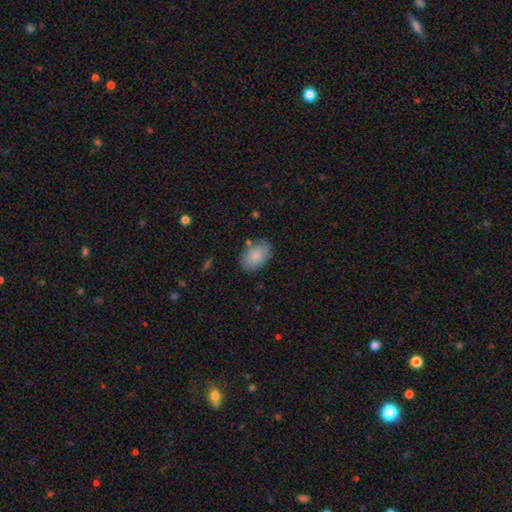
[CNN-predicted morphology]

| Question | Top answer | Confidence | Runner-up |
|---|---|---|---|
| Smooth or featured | smooth | 84% | featured or disk (9%) |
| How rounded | in between | 88% | round (11%) |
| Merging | none | 78% | minor disturbance (15%) |